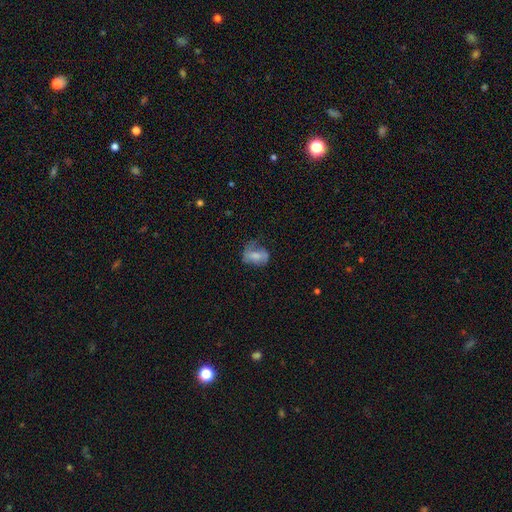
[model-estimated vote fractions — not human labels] This appears to be a smooth galaxy with no disk features (59%) that is in between round and cigar-shaped (75%). Merging: none (46%).